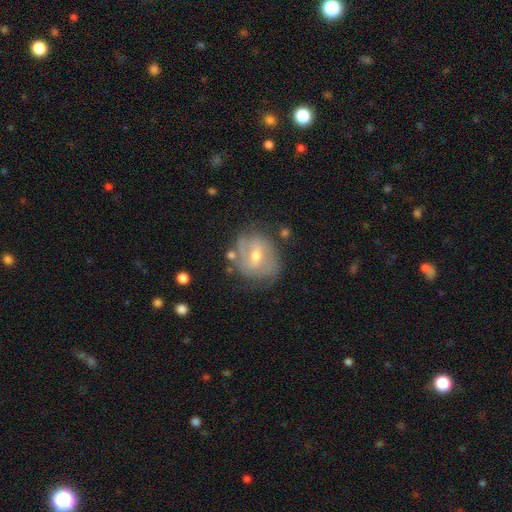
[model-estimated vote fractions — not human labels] This is likely a featured or disk galaxy (69%). It is clearly not viewed edge-on (96%). Bar: possibly weak (53%). Spiral arm pattern: likely yes (77%). Spiral arm count: marginally 2 (45%). Spiral winding: possibly tight (50%). Central bulge: likely moderate (64%). Merging: likely none (65%).